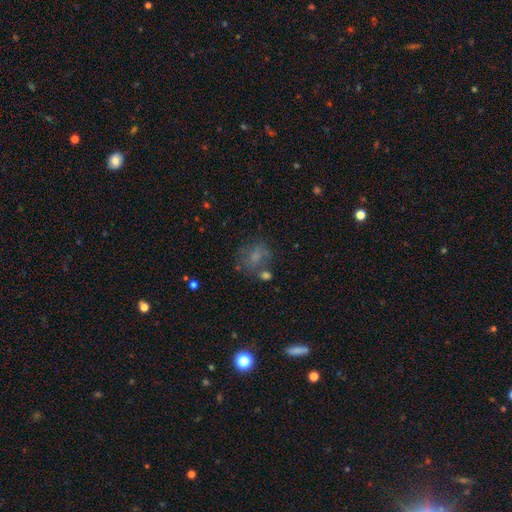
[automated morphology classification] A smooth galaxy with no disk features (61%) that is round (63%).

Vote fractions:
- Smooth or featured? smooth: 61% / featured or disk: 23% / star or artifact: 17%
- How rounded? round: 63% / in between: 36% / cigar-shaped: 1%
- Merging? none: 54% / minor disturbance: 19% / major disturbance: 14% / merger: 13%